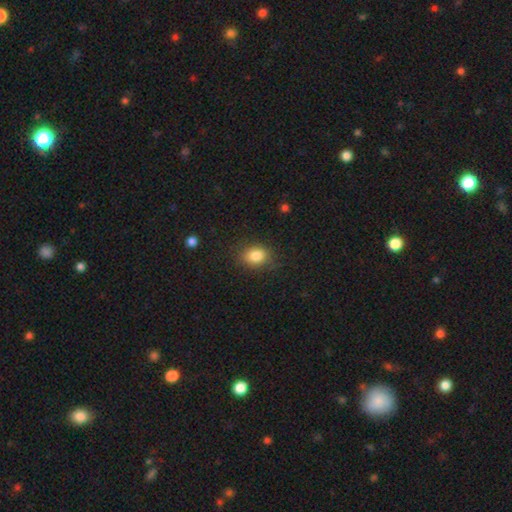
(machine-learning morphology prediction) A smooth galaxy with no disk features (84%) that is in between round and cigar-shaped (59%).

Vote fractions:
- Smooth or featured? smooth: 84% / star or artifact: 10% / featured or disk: 6%
- How rounded? in between: 59% / round: 40% / cigar-shaped: 1%
- Merging? none: 80% / minor disturbance: 14% / major disturbance: 4% / merger: 1%